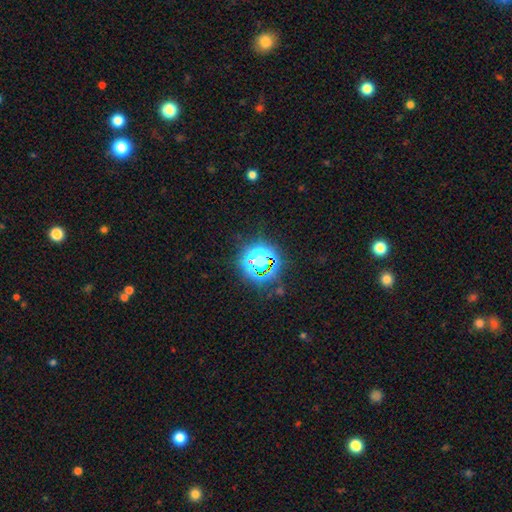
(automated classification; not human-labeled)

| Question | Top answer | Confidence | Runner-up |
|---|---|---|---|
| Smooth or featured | star or artifact | 75% | smooth (17%) |